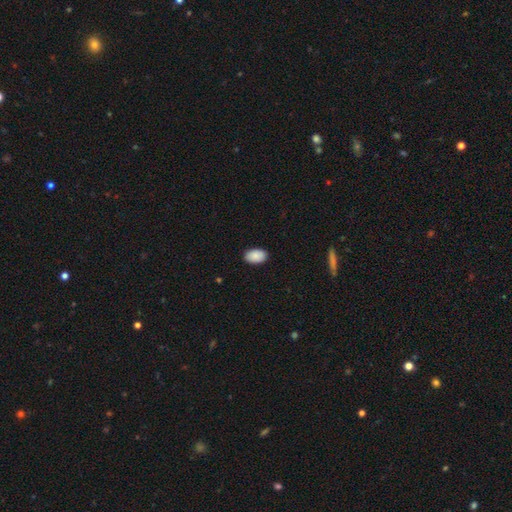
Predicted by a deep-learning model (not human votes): smooth-or-featured: smooth: 90% | star or artifact: 7% | featured or disk: 3%
  how-rounded: in between: 91% | round: 8% | cigar-shaped: 1%
  merging: none: 89% | minor disturbance: 9% | major disturbance: 2% | merger: 1%